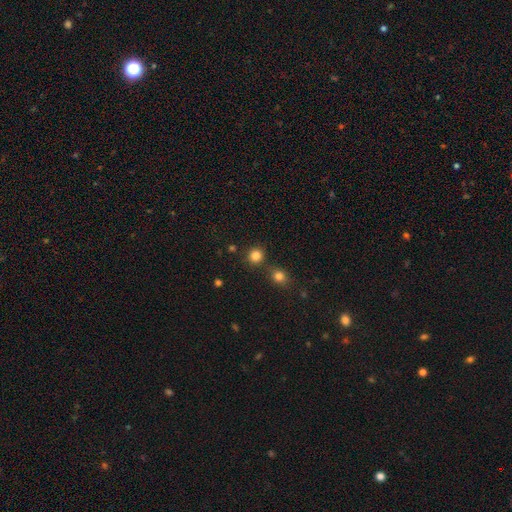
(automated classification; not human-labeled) Morphology: type=smooth (83%); roundness=round (91%); merging=none (79%).